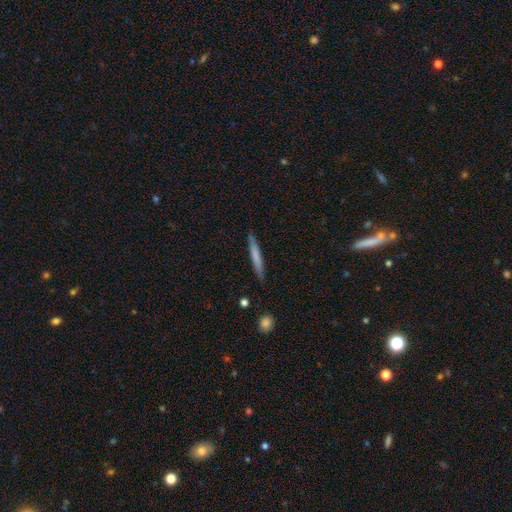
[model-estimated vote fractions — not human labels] smooth-or-featured: smooth: 68% | featured or disk: 26% | star or artifact: 6%
  how-rounded: cigar-shaped: 96% | in between: 3% | round: 1%
  merging: none: 87% | minor disturbance: 10% | major disturbance: 2% | merger: 1%